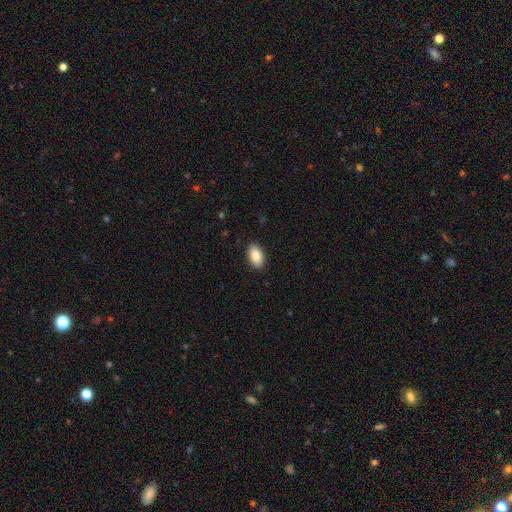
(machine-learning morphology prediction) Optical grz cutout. It shows a smooth galaxy with no disk features (87%) that is in between round and cigar-shaped (94%). Merging: none (90%).